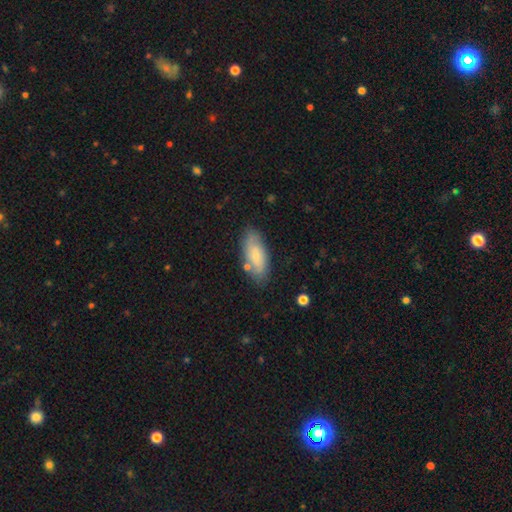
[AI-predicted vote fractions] smooth 67%, featured or disk 26%, star or artifact 7%. Down the decision tree: how rounded — in between (82%); merging — none (76%).